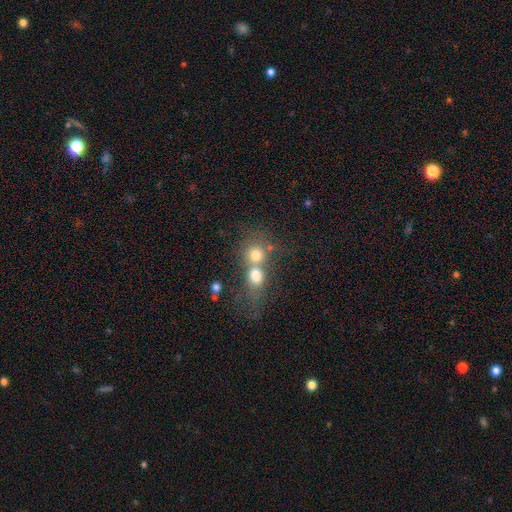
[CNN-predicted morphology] A smooth galaxy with no disk features (71%) that is round (75%). Merging: merger (66%).